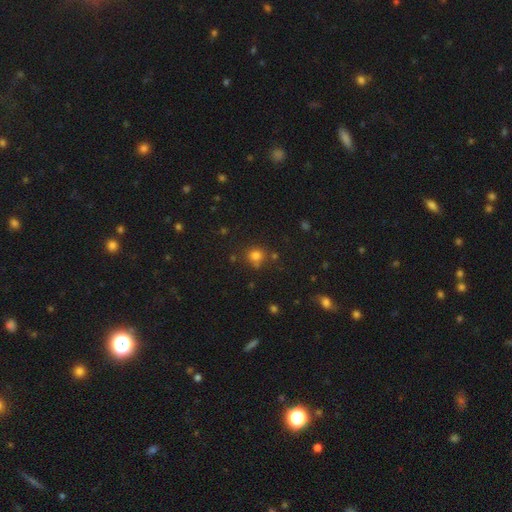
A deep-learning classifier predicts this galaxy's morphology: smooth-or-featured: smooth: 77% | star or artifact: 16% | featured or disk: 7%
  how-rounded: round: 86% | in between: 13% | cigar-shaped: 1%
  merging: none: 71% | merger: 13% | minor disturbance: 12% | major disturbance: 4%